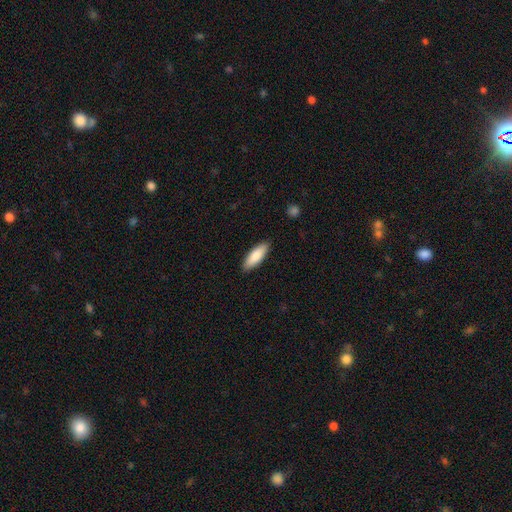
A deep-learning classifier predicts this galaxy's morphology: A smooth galaxy with no disk features (84%) that is in between round and cigar-shaped (60%).

Vote fractions:
- Smooth or featured? smooth: 84% / featured or disk: 11% / star or artifact: 5%
- How rounded? in between: 60% / cigar-shaped: 39% / round: 2%
- Merging? none: 89% / minor disturbance: 8% / major disturbance: 2% / merger: 1%